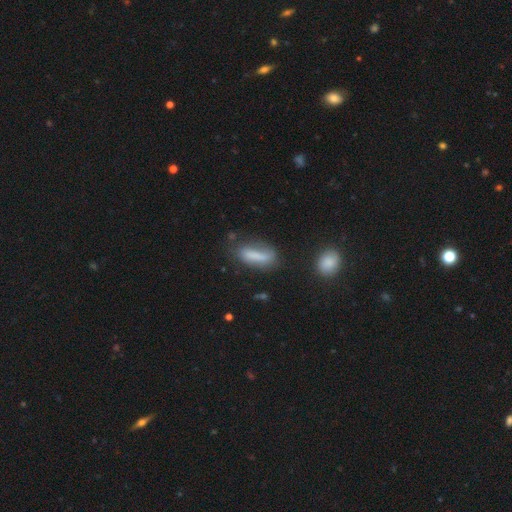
This is clearly a smooth galaxy (82%). How rounded: likely in between (67%). Merging: marginally none (44%).